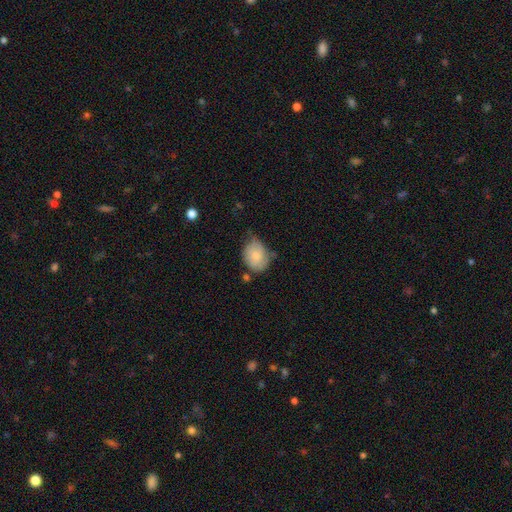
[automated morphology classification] Smooth or featured? smooth (77%)
How rounded? in between (53%)
Merging? none (50%)